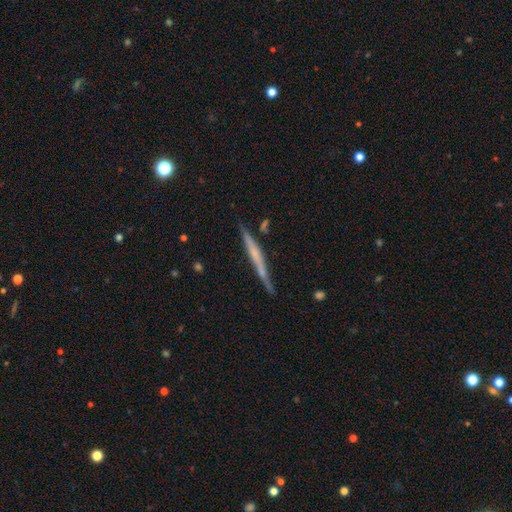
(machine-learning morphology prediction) A featured or disk galaxy (59%) viewed edge-on (97%) with no central bulge (72%).

Vote fractions:
- Smooth or featured? featured or disk: 59% / smooth: 35% / star or artifact: 6%
- Edge-on disk? yes: 97% / no: 3%
- Edge-on bulge? none: 72% / rounded: 18% / boxy: 10%
- Merging? none: 82% / minor disturbance: 13% / merger: 2% / major disturbance: 2%